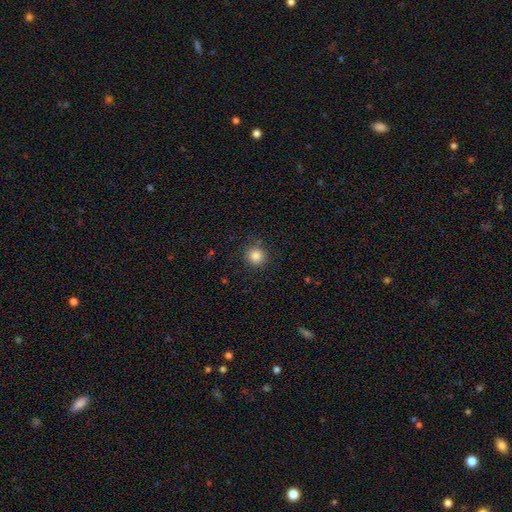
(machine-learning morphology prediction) smooth 84%, star or artifact 11%, featured or disk 5%. Down the decision tree: how rounded — round (92%); merging — none (87%).